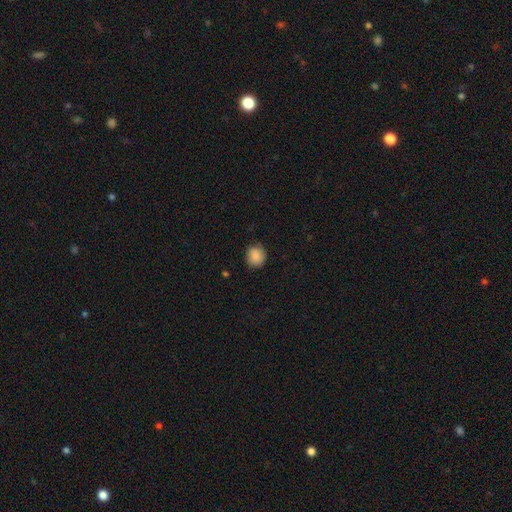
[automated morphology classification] The model was most divided on "merging": none: 76%, minor disturbance: 19%, major disturbance: 4%, merger: 1%. More confident: smooth or featured — smooth (83%); how rounded — round (80%).